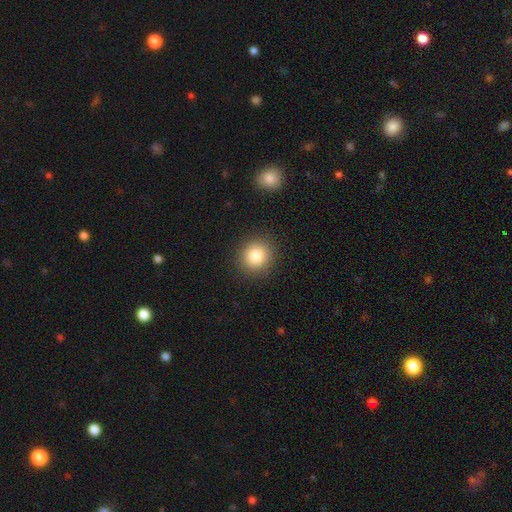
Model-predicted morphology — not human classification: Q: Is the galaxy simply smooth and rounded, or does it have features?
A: smooth — 84%.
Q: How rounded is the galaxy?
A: round — 87%.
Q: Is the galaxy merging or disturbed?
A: none — 90%.